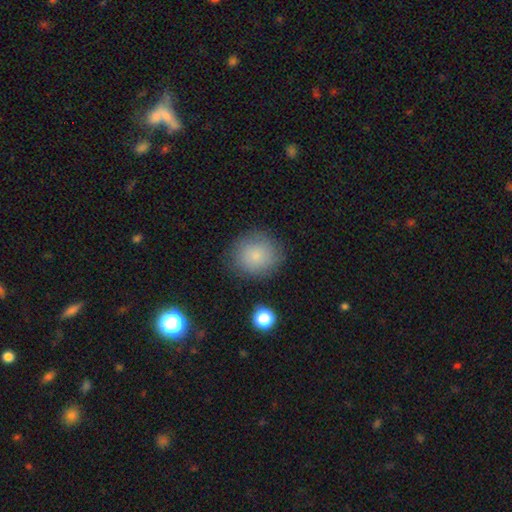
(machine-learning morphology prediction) A smooth galaxy with no disk features (82%) that is round (83%).

Vote fractions:
- Smooth or featured? smooth: 82% / star or artifact: 9% / featured or disk: 8%
- How rounded? round: 83% / in between: 16% / cigar-shaped: 1%
- Merging? none: 82% / minor disturbance: 12% / major disturbance: 4% / merger: 2%